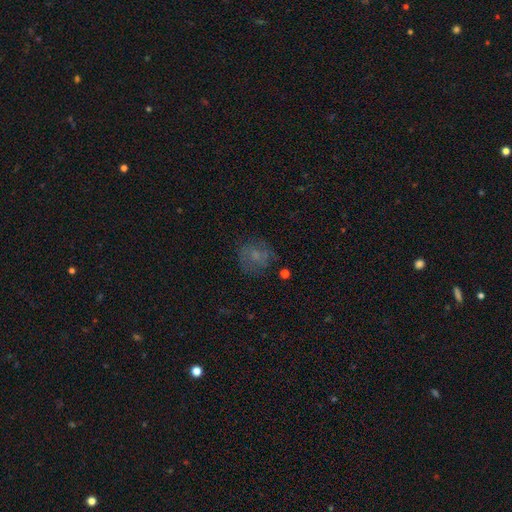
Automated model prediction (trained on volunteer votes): A smooth galaxy with no disk features (55%) that is round (79%).

Vote fractions:
- Smooth or featured? smooth: 55% / featured or disk: 26% / star or artifact: 19%
- How rounded? round: 79% / in between: 20% / cigar-shaped: 1%
- Merging? none: 68% / minor disturbance: 18% / major disturbance: 12% / merger: 3%